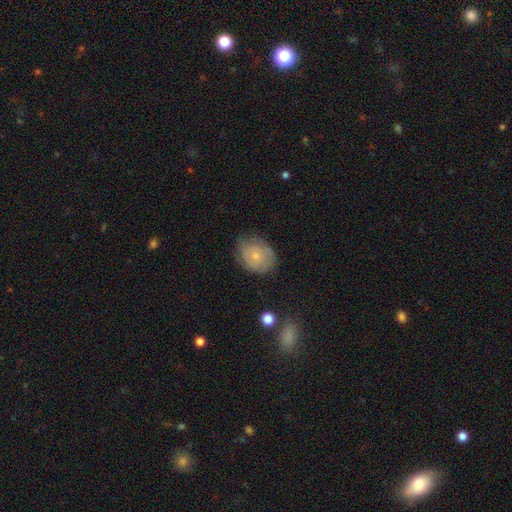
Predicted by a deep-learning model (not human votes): The model was most divided on "how rounded": in between: 50%, round: 49%, cigar-shaped: 1%. More confident: merging — none (65%); smooth or featured — smooth (56%).